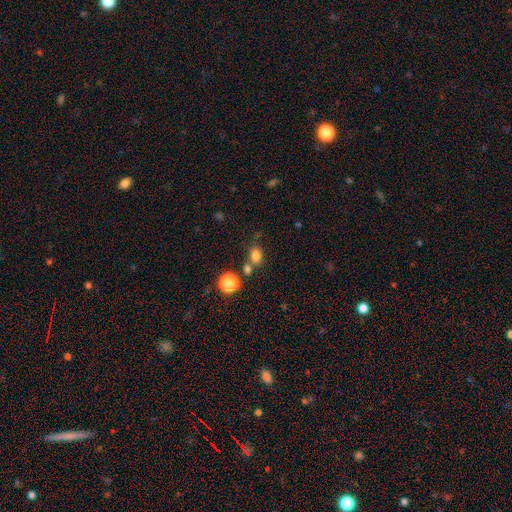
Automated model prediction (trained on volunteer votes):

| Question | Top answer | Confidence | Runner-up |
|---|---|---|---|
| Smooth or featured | smooth | 79% | star or artifact (14%) |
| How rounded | in between | 60% | round (39%) |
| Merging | none | 65% | merger (19%) |